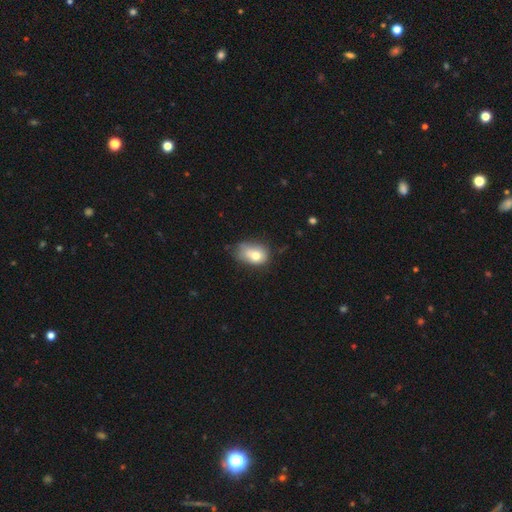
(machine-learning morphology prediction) This appears to be a smooth galaxy with no disk features (72%) that is in between round and cigar-shaped (73%). Merging: minor disturbance (38%).